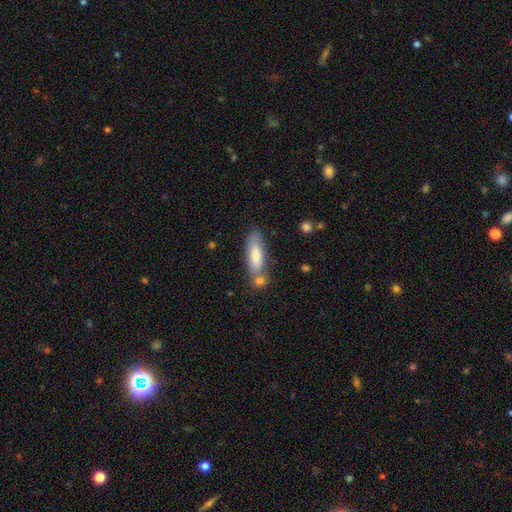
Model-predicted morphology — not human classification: Overall: smooth (73%). How rounded: cigar-shaped (58%; in between 41%). Merging: none (65%).